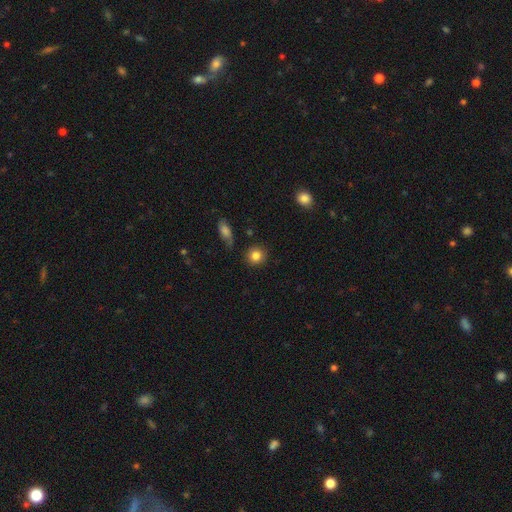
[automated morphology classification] Smooth or featured?
  - smooth: 85% *
  - star or artifact: 10%
  - featured or disk: 6%
How rounded?
  - round: 90% *
  - in between: 9%
  - cigar-shaped: 1%
Merging?
  - none: 85% *
  - minor disturbance: 10%
  - major disturbance: 3%
  - merger: 3%